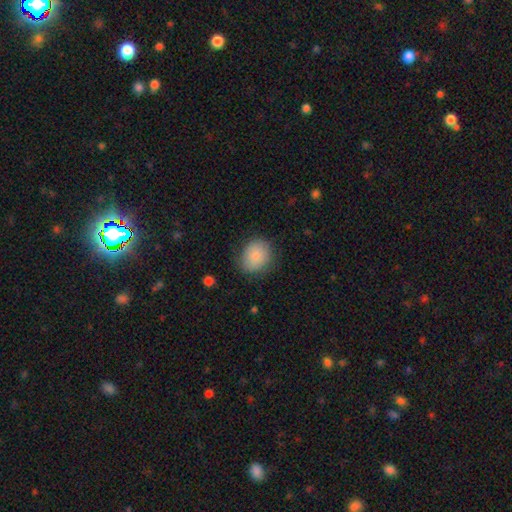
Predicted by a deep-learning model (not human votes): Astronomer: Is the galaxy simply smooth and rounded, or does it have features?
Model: smooth — 84%.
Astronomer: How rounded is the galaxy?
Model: round — 61% (runner-up: in between, 38%).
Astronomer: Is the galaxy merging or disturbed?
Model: none — 75%.